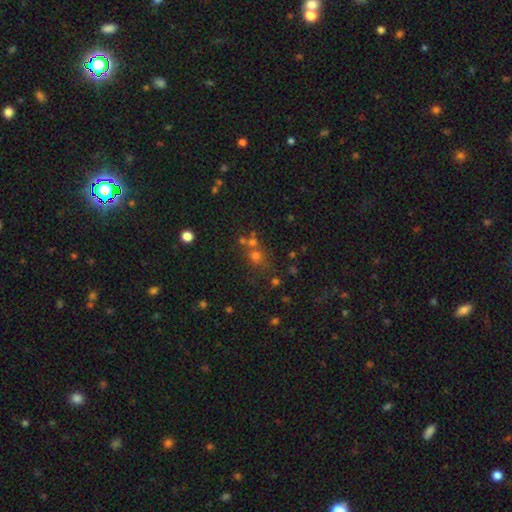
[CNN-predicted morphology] Q: Smooth or featured?
A: smooth (56%); runner-up: star or artifact (32%)
Q: How rounded?
A: round (82%); runner-up: in between (17%)
Q: Merging?
A: none (59%); runner-up: merger (26%)